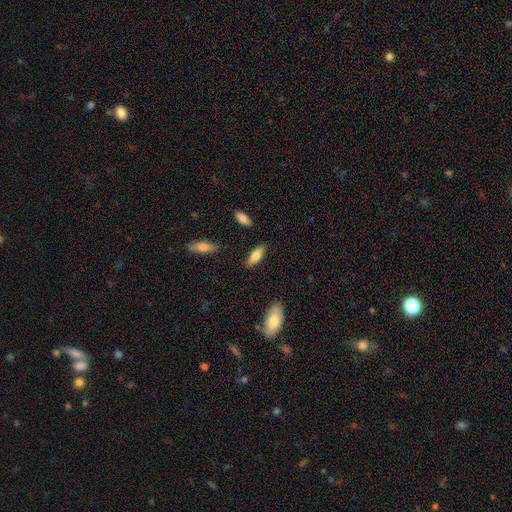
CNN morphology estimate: Smooth or featured?
  - smooth: 75% *
  - featured or disk: 19%
  - star or artifact: 6%
How rounded?
  - in between: 68% *
  - cigar-shaped: 30%
  - round: 2%
Merging?
  - none: 86% *
  - minor disturbance: 10%
  - major disturbance: 2%
  - merger: 2%